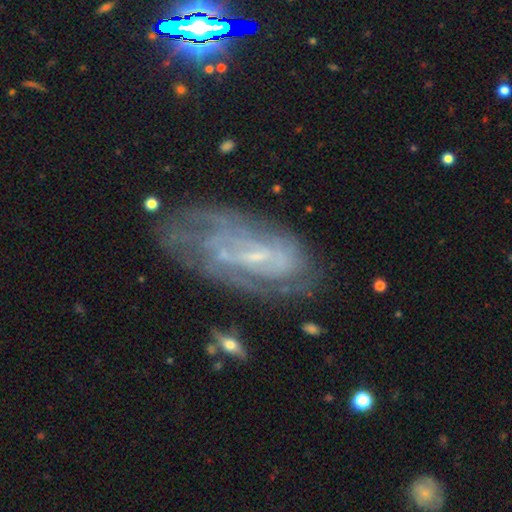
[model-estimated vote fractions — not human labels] Smooth or featured: featured or disk — 75% (smooth — 15%)
Edge-on disk: no — 92% (yes — 8%)
Bar: weak — 44% (no — 39%)
Spiral arms: yes — 75% (no — 25%)
Spiral winding: tight — 49% (medium — 34%)
Spiral arm count: can't tell — 56% (2 — 19%)
Bulge size: small — 65% (none — 20%)
Merging: none — 56% (minor disturbance — 23%)